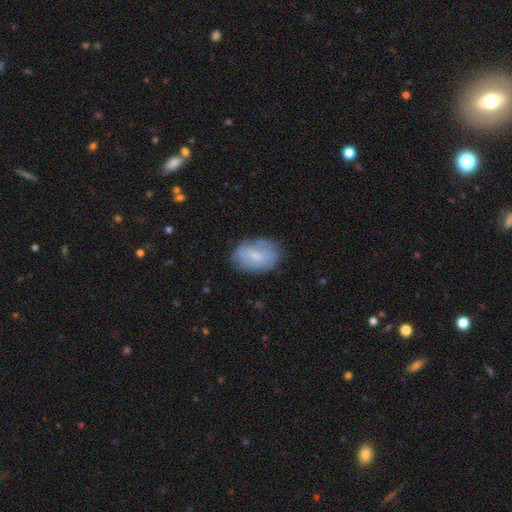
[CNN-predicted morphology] Smooth or featured: smooth — 59% (featured or disk — 34%)
How rounded: in between — 86% (round — 13%)
Merging: none — 73% (minor disturbance — 20%)